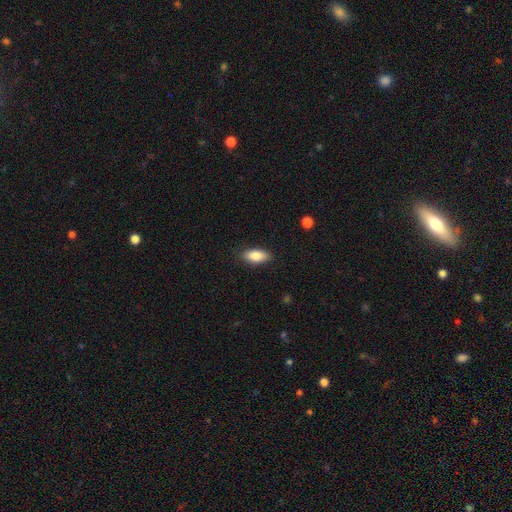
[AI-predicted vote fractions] smooth 84%, featured or disk 9%, star or artifact 7%. Down the decision tree: how rounded — in between (87%); merging — none (86%).